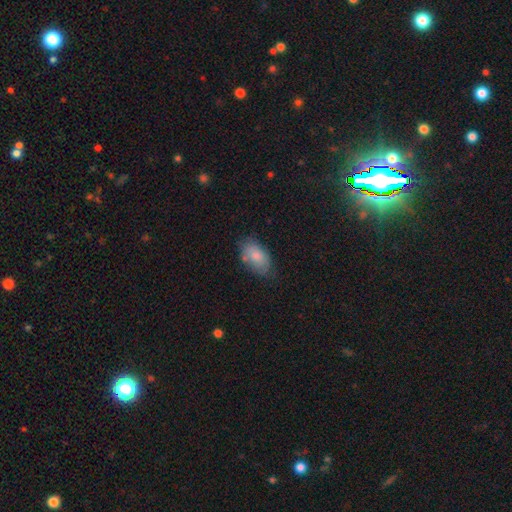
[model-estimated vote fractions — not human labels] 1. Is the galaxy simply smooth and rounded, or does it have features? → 80% smooth, 13% featured or disk, 7% star or artifact.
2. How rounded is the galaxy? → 92% in between, 6% round, 2% cigar-shaped.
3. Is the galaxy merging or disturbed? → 66% none, 24% minor disturbance, 6% major disturbance, 4% merger.